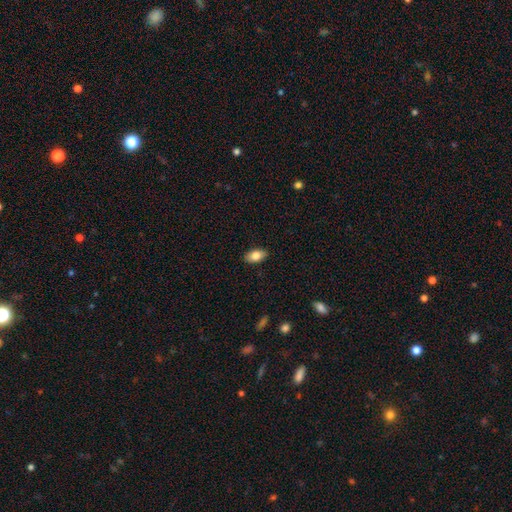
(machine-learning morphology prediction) Smooth or featured?
  - smooth: 82% *
  - featured or disk: 10%
  - star or artifact: 7%
How rounded?
  - in between: 91% *
  - round: 5%
  - cigar-shaped: 4%
Merging?
  - none: 88% *
  - minor disturbance: 9%
  - major disturbance: 2%
  - merger: 1%